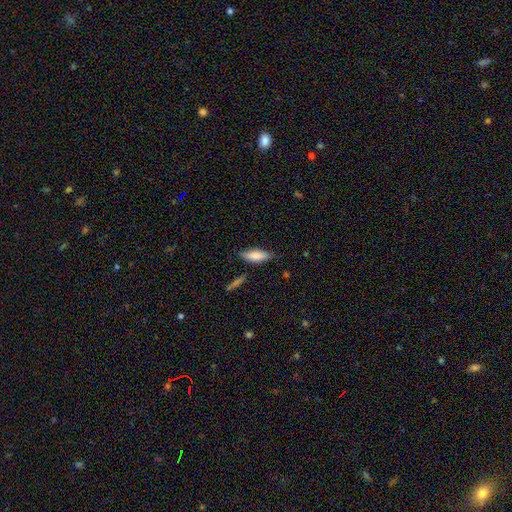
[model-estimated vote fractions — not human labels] Morphology: type=smooth (78%); roundness=in between (58%); merging=none (74%).